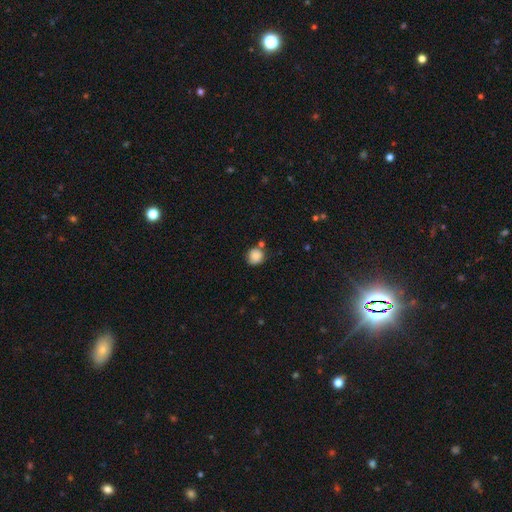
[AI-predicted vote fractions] A smooth galaxy with no disk features (84%) that is round (86%).

Vote fractions:
- Smooth or featured? smooth: 84% / star or artifact: 9% / featured or disk: 6%
- How rounded? round: 86% / in between: 13% / cigar-shaped: 1%
- Merging? none: 64% / minor disturbance: 19% / merger: 12% / major disturbance: 5%